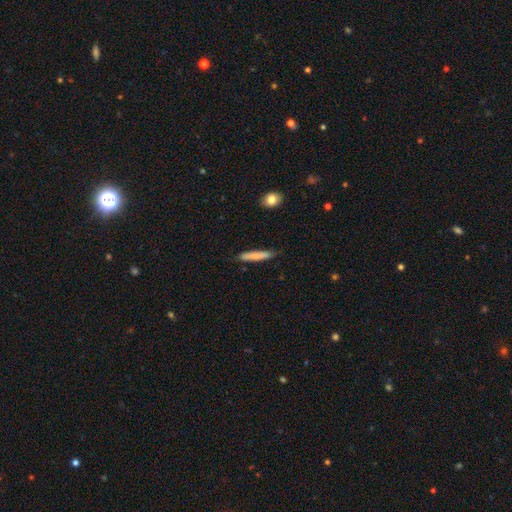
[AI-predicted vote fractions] Smooth or featured? Predicted: smooth (p=0.78). How rounded? Predicted: cigar-shaped (p=0.93). Merging? Predicted: none (p=0.82).